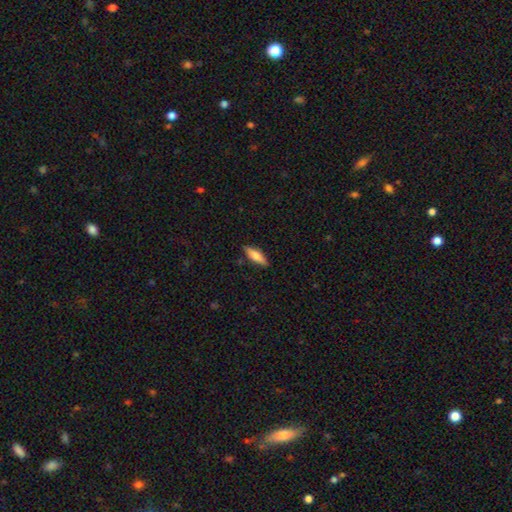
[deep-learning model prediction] Overall: smooth (67%). How rounded: cigar-shaped (58%; in between 40%). Merging: none (86%).